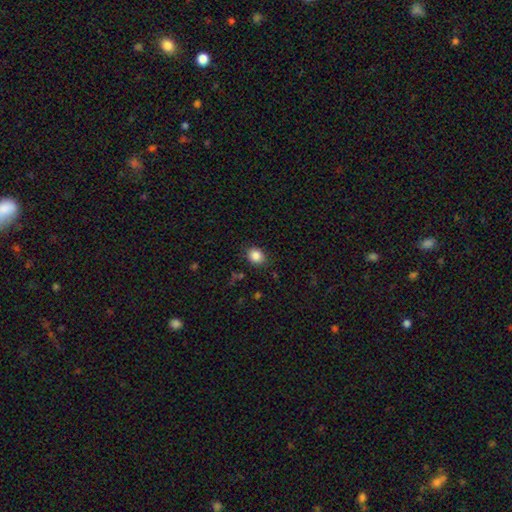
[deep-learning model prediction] A smooth galaxy with no disk features (86%) that is round (59%).

Vote fractions:
- Smooth or featured? smooth: 86% / star or artifact: 10% / featured or disk: 4%
- How rounded? round: 59% / in between: 40% / cigar-shaped: 1%
- Merging? none: 85% / minor disturbance: 10% / major disturbance: 3% / merger: 1%